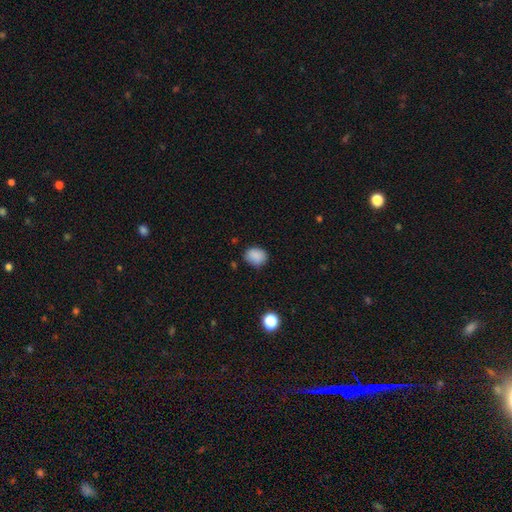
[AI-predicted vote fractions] This is clearly a smooth galaxy (87%). How rounded: possibly in between (53%). Merging: likely none (79%).